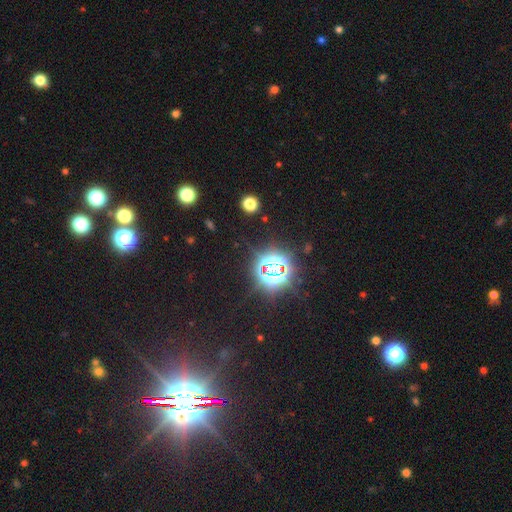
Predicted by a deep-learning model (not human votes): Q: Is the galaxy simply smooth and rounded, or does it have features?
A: star or artifact — 80%.